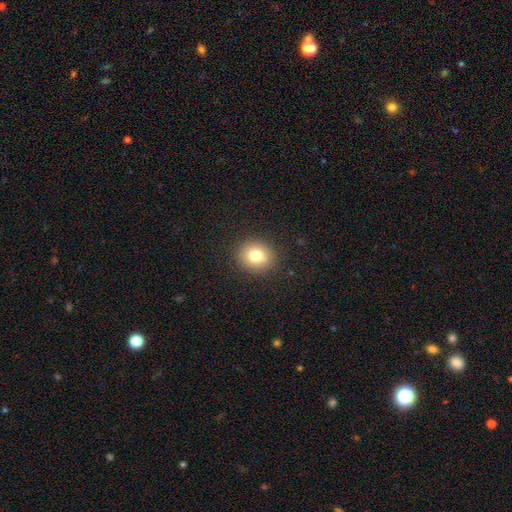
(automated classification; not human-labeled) smooth 78%, star or artifact 11%, featured or disk 11%. Down the decision tree: how rounded — round (78%); merging — none (89%).